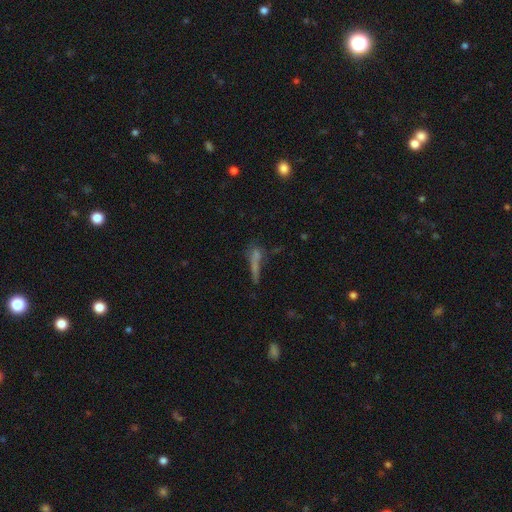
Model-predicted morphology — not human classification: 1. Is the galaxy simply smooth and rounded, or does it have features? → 52% smooth, 28% featured or disk, 20% star or artifact.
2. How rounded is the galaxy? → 80% cigar-shaped, 13% in between, 6% round.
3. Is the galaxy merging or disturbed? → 52% none, 18% minor disturbance, 15% major disturbance, 14% merger.